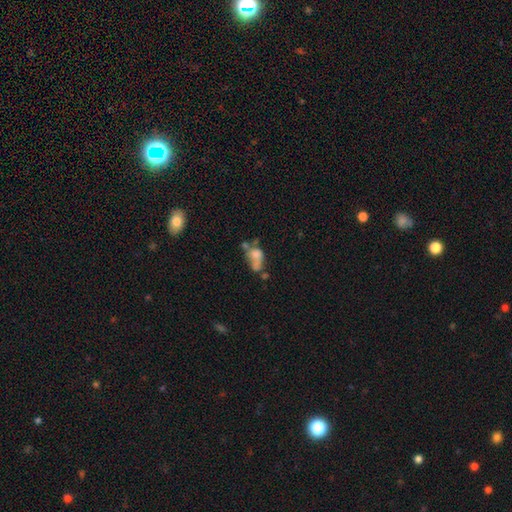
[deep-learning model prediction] A smooth galaxy with no disk features (57%) that is in between round and cigar-shaped (76%). Merging: merger (45%).